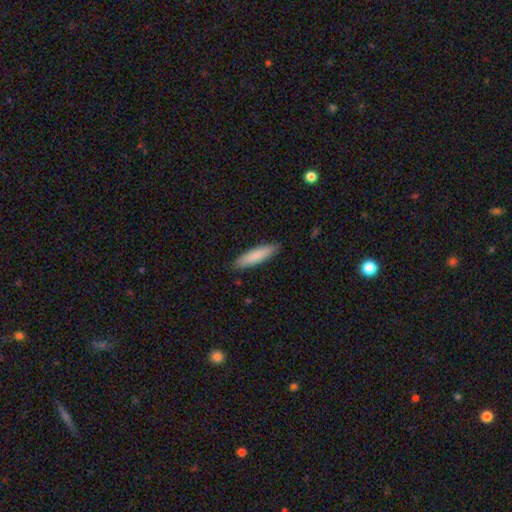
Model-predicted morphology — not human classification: smooth-or-featured: smooth: 84% | featured or disk: 11% | star or artifact: 6%
  how-rounded: cigar-shaped: 77% | in between: 22% | round: 1%
  merging: none: 88% | minor disturbance: 9% | major disturbance: 2% | merger: 1%